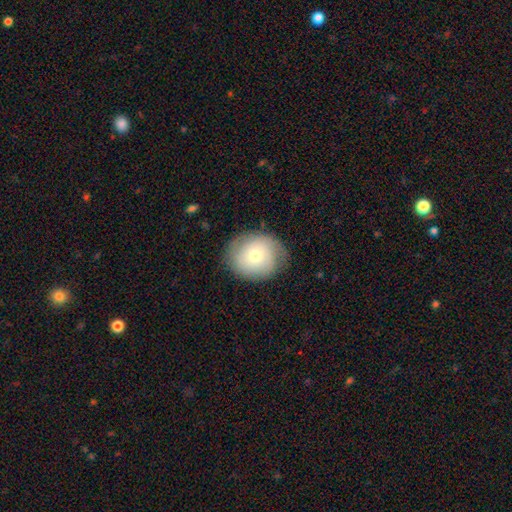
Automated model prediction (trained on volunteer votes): Morphology: type=smooth (63%); roundness=round (71%); merging=none (77%).